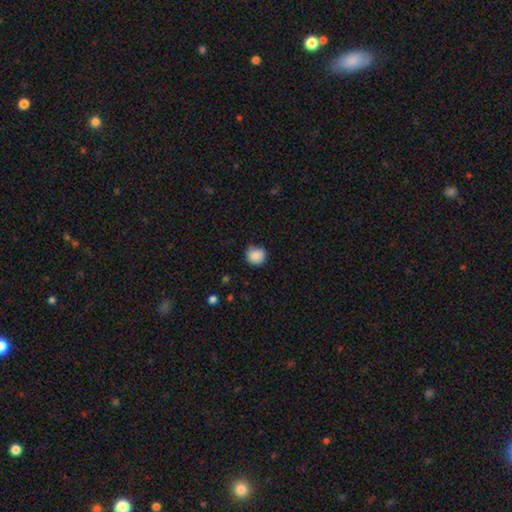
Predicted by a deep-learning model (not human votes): A smooth galaxy with no disk features (88%) that is round (89%).

Vote fractions:
- Smooth or featured? smooth: 88% / star or artifact: 8% / featured or disk: 4%
- How rounded? round: 89% / in between: 10% / cigar-shaped: 1%
- Merging? none: 77% / minor disturbance: 18% / major disturbance: 3% / merger: 2%